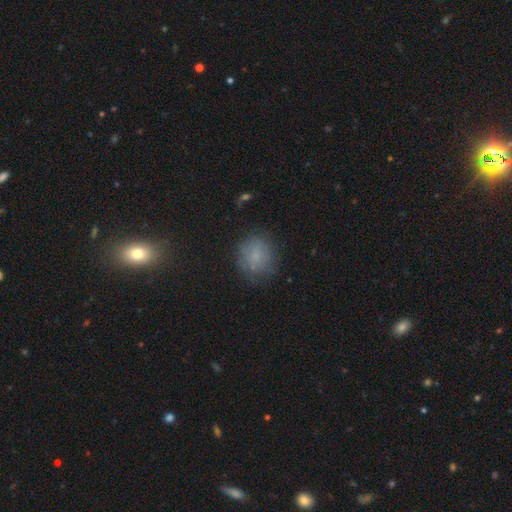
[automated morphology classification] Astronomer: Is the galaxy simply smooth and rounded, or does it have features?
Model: smooth — 73%.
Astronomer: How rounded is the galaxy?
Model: round — 83%.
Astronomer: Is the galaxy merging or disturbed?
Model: none — 75%.